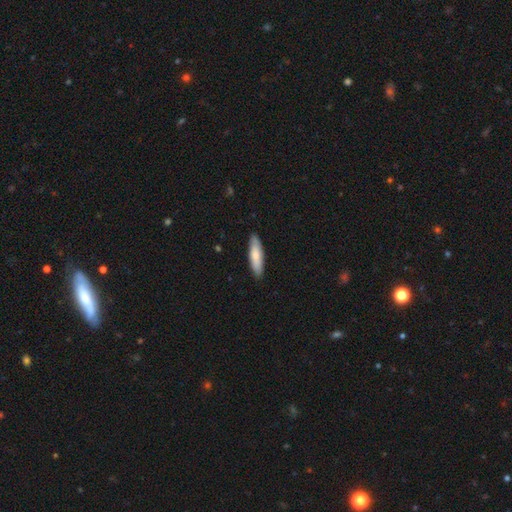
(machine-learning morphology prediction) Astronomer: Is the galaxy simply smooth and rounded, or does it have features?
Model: smooth — 75%.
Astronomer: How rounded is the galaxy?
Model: cigar-shaped — 68%.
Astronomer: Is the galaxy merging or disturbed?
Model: none — 88%.